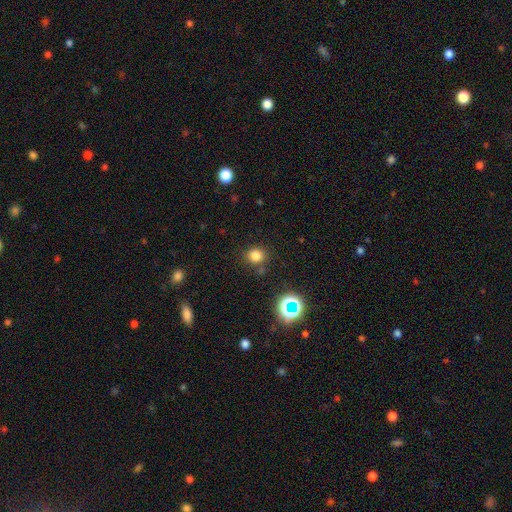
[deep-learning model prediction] Smooth or featured? Predicted: smooth (p=0.78). How rounded? Predicted: round (p=0.85). Merging? Predicted: none (p=0.82).